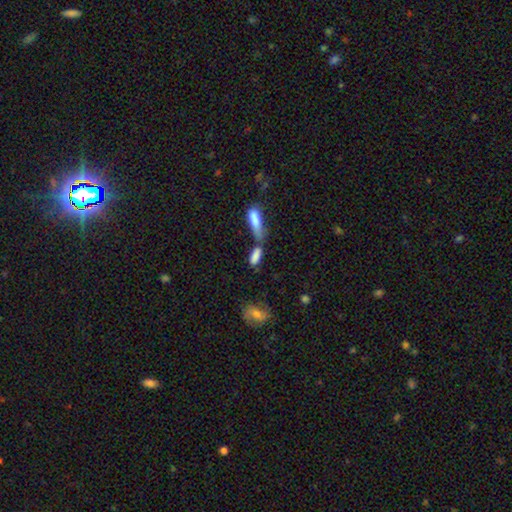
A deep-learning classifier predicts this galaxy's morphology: The model was most divided on "how rounded": in between: 55%, cigar-shaped: 43%, round: 3%. Remaining: smooth or featured — smooth (79%); merging — merger (49%).